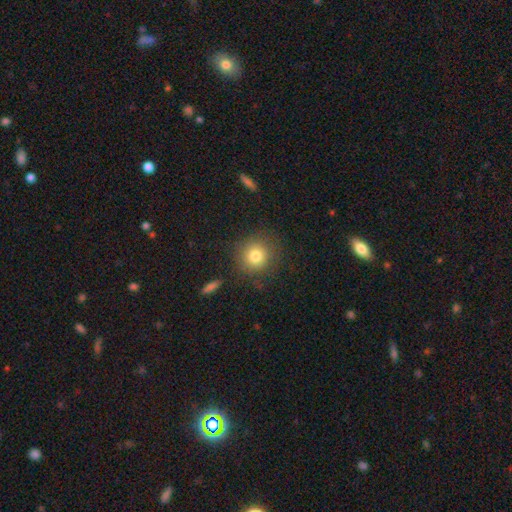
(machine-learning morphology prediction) smooth-or-featured: smooth: 80% | star or artifact: 11% | featured or disk: 9%
  how-rounded: round: 91% | in between: 8% | cigar-shaped: 1%
  merging: none: 83% | minor disturbance: 10% | major disturbance: 4% | merger: 2%